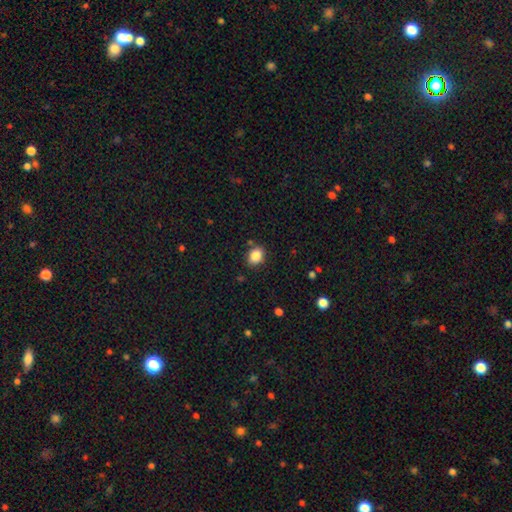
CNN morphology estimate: Smooth or featured?
  - smooth: 86% *
  - star or artifact: 9%
  - featured or disk: 5%
How rounded?
  - in between: 55% *
  - round: 44%
  - cigar-shaped: 1%
Merging?
  - none: 83% *
  - minor disturbance: 11%
  - merger: 3%
  - major disturbance: 3%